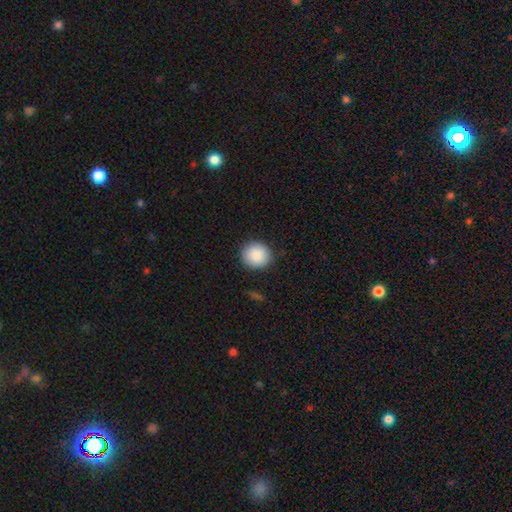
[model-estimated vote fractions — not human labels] Morphology: type=smooth (89%); roundness=round (88%); merging=none (89%).